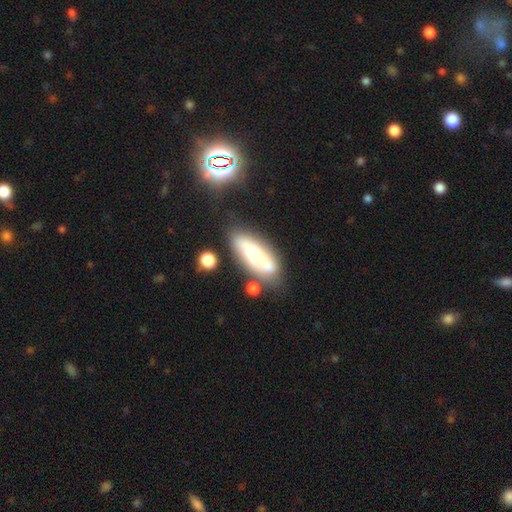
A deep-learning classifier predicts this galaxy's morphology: Smooth or featured? Predicted: smooth (p=0.62). How rounded? Predicted: in between (p=0.57). Merging? Predicted: none (p=0.67).